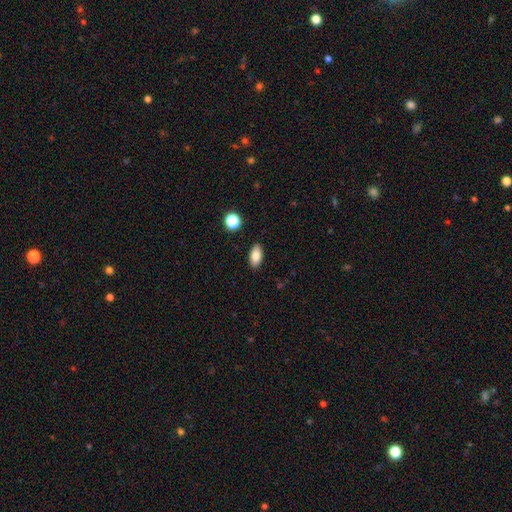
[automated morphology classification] type=smooth (83%); roundness=in between (90%); merging=none (89%).